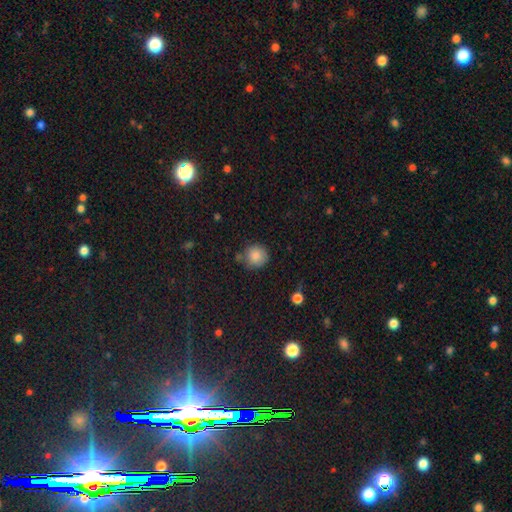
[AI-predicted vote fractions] Smooth or featured: smooth — 85% (star or artifact — 9%)
How rounded: round — 91% (in between — 8%)
Merging: none — 73% (minor disturbance — 16%)